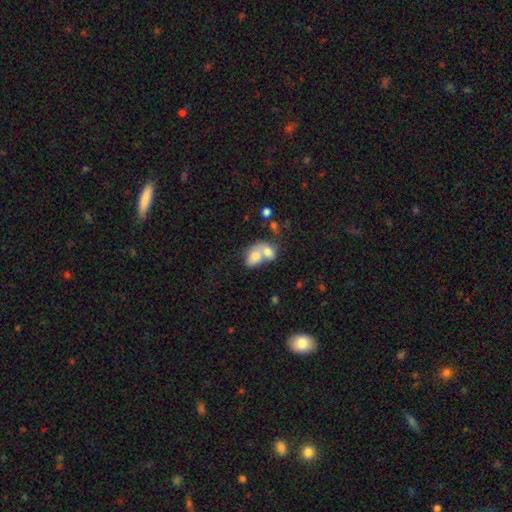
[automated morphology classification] The model was most divided on "how rounded": in between: 73%, round: 26%, cigar-shaped: 1%. More confident: merging — merger (77%); smooth or featured — smooth (72%).